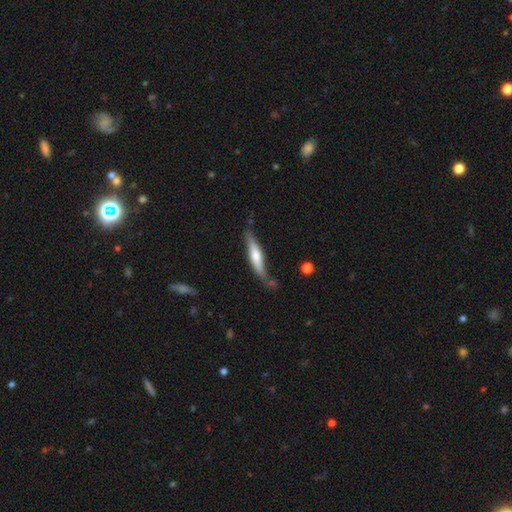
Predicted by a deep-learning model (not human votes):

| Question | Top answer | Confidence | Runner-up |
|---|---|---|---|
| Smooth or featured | smooth | 49% | featured or disk (45%) |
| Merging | none | 62% | minor disturbance (24%) |